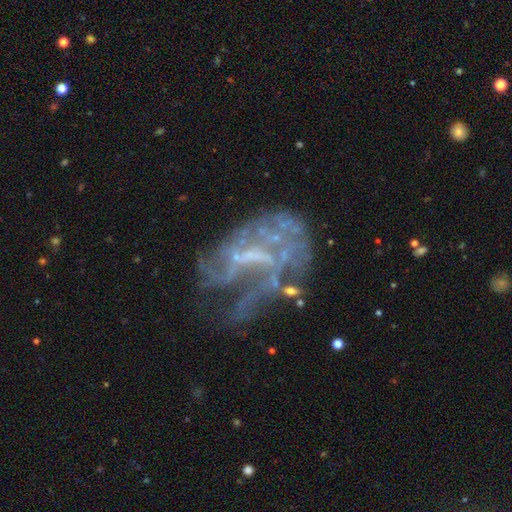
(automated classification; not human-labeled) A featured or disk galaxy (75%) with no bar (45%), spiral arms (55%) and no central bulge (56%). Merging: major disturbance (42%).